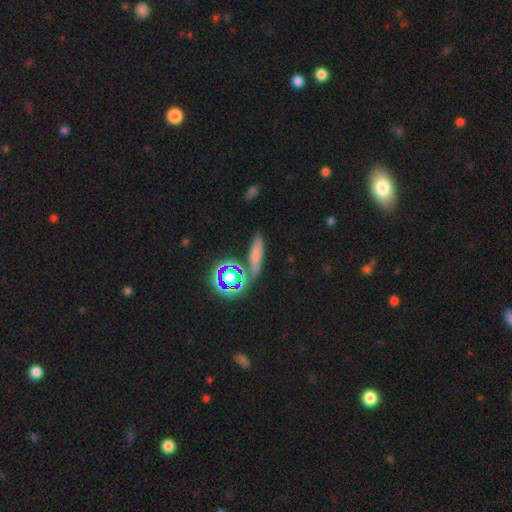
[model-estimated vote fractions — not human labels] This appears to be a smooth galaxy with no disk features (65%) that is cigar-shaped (61%). Merging: none (78%).